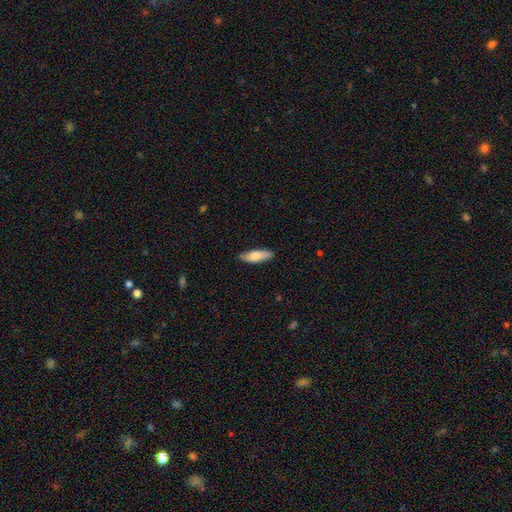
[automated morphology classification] This appears to be a smooth galaxy with no disk features (79%) that is in between round and cigar-shaped (53%). Merging: none (83%).